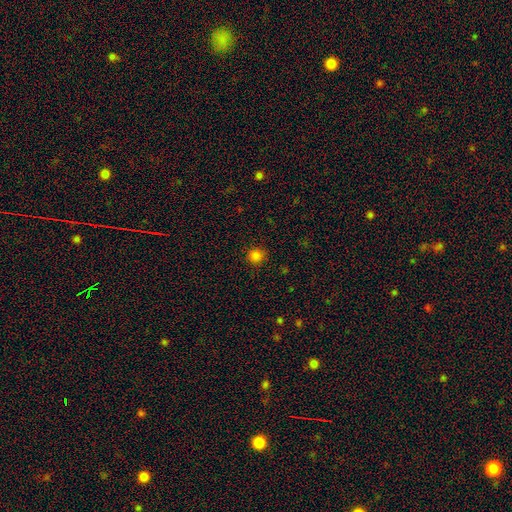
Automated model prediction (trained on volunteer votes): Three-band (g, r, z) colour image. It shows a smooth galaxy with no disk features (83%) that is round (92%). Merging: none (90%).